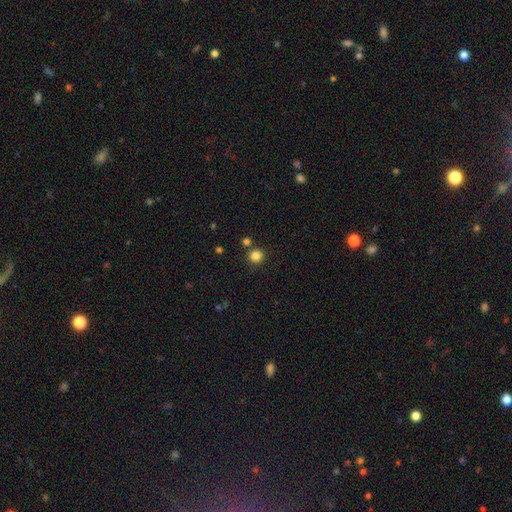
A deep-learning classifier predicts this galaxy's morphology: type=smooth (84%); roundness=round (93%); merging=none (83%).